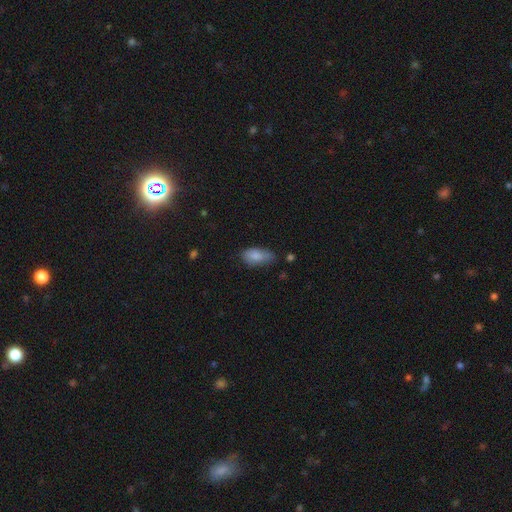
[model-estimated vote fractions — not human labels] smooth 84%, featured or disk 9%, star or artifact 7%. Down the decision tree: how rounded — in between (91%); merging — none (57%).